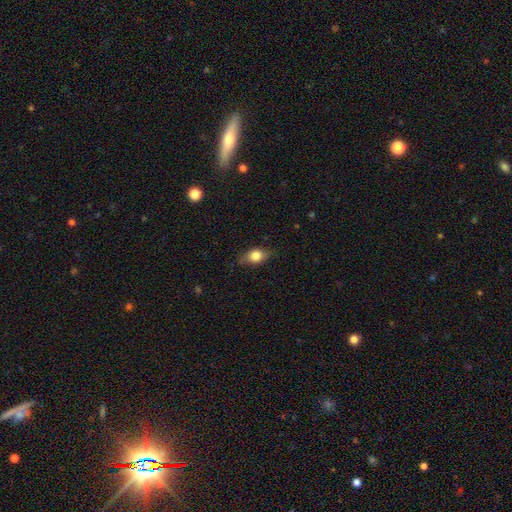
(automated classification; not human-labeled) smooth_or_featured: smooth (p=0.77) [alt: featured or disk p=0.15]
how_rounded: in between (p=0.72) [alt: round p=0.23]
merging: none (p=0.73) [alt: minor disturbance p=0.22]